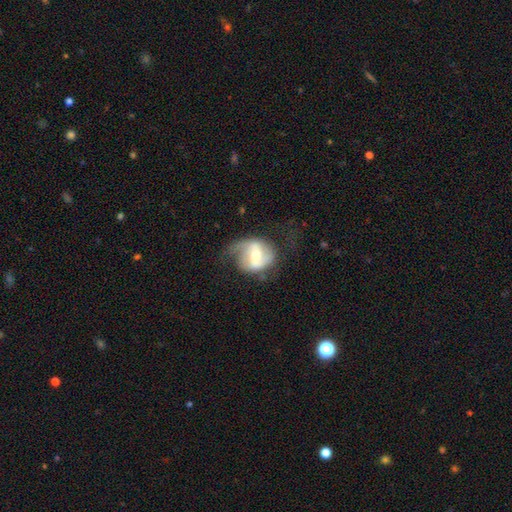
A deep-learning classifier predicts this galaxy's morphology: Smooth or featured? featured or disk (71%)
Edge-on disk? no (96%)
Bar? weak (46%)
Spiral arms? yes (84%)
Spiral winding? loose (49%)
Spiral arm count? 2 (71%)
Bulge size? moderate (63%)
Merging? none (49%)